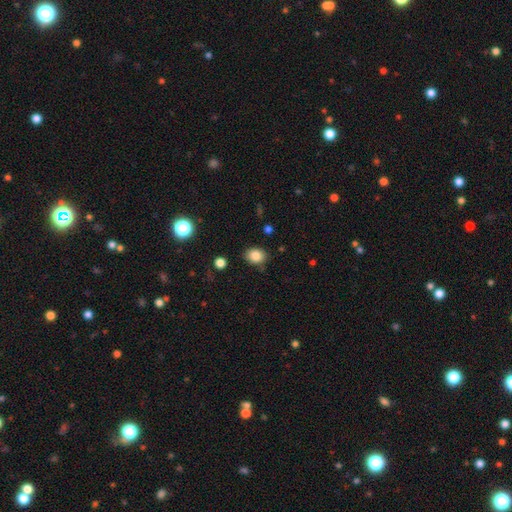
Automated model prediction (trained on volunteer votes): This appears to be a smooth galaxy with no disk features (84%) that is round (50%). Merging: none (84%).